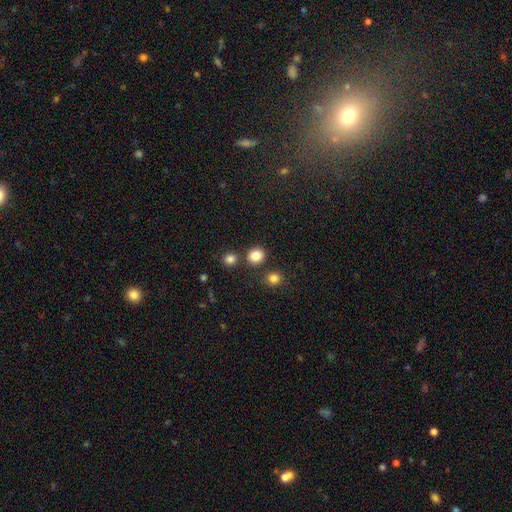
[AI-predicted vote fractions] Smooth or featured: smooth — 84% (star or artifact — 12%)
How rounded: round — 83% (in between — 16%)
Merging: none — 81% (merger — 9%)